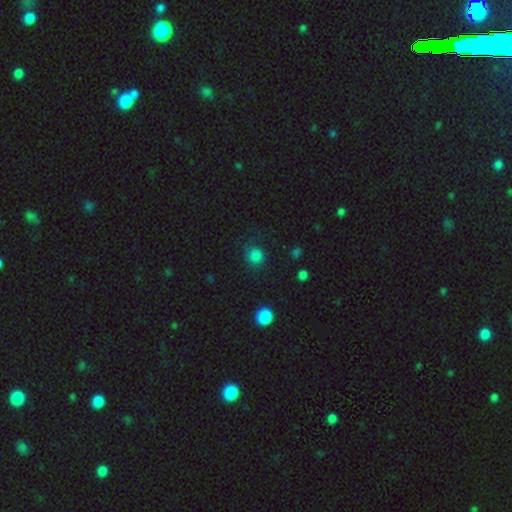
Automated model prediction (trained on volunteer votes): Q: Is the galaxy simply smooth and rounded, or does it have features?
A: smooth — 82%.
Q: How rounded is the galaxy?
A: round — 90%.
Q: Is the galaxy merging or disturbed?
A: none — 79%.